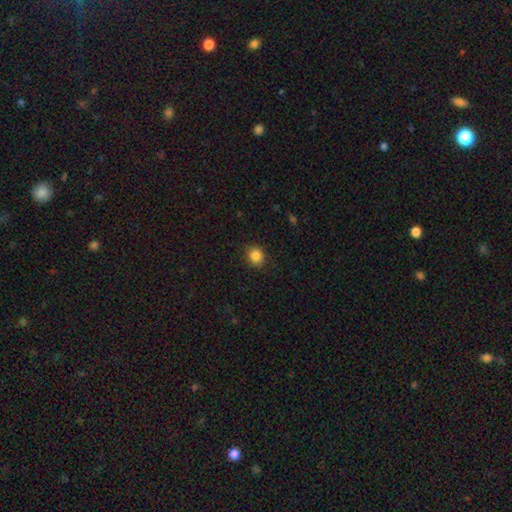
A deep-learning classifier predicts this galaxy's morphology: smooth_or_featured: smooth (p=0.86) [alt: star or artifact p=0.10]
how_rounded: round (p=0.77) [alt: in between p=0.22]
merging: none (p=0.89) [alt: minor disturbance p=0.08]